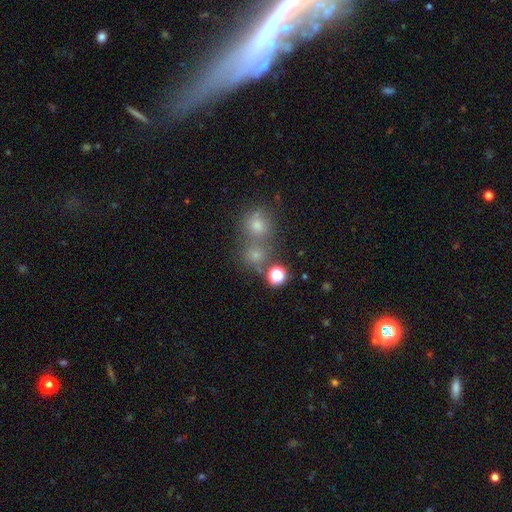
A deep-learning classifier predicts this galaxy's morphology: The model was most divided on "merging": none: 55%, merger: 34%, minor disturbance: 7%, major disturbance: 4%. More confident: how rounded — round (85%); smooth or featured — smooth (69%).